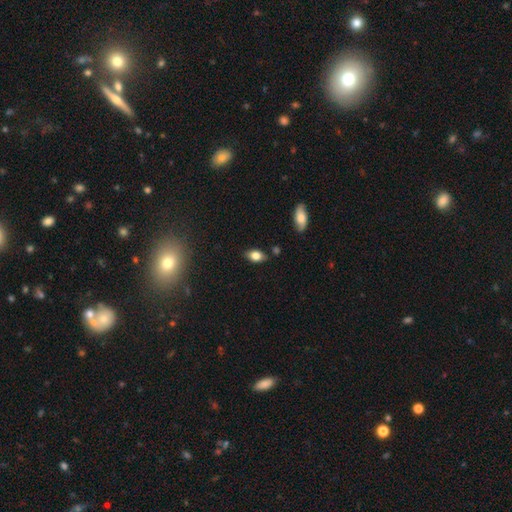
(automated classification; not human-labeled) Smooth or featured? Predicted: smooth (p=0.77). How rounded? Predicted: in between (p=0.87). Merging? Predicted: none (p=0.80).